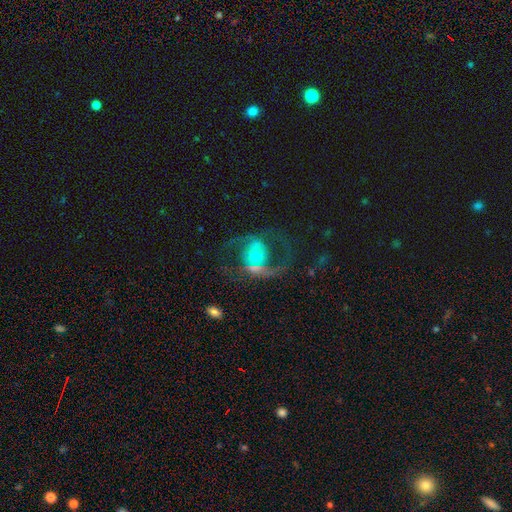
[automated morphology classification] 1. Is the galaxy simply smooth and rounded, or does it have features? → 80% featured or disk, 13% smooth, 7% star or artifact.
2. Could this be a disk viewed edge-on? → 97% no, 3% yes.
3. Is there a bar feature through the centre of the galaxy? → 49% no, 33% weak, 17% strong.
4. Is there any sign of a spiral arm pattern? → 84% yes, 16% no.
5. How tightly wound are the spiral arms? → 53% medium, 34% loose, 13% tight.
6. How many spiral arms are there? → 87% 2, 4% can't tell, 4% 1, 2% 3, 1% 4, 1% more than 4.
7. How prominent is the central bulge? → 58% moderate, 32% small, 7% large, 2% none, 2% dominant.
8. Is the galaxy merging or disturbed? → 54% none, 21% major disturbance, 16% minor disturbance, 9% merger.